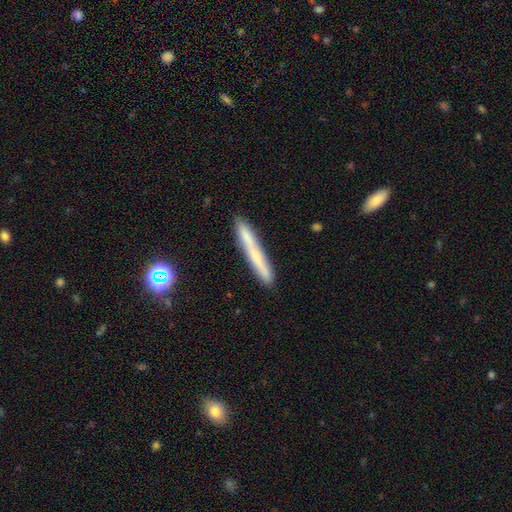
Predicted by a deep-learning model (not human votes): Q: Smooth or featured?
A: smooth (56%); runner-up: featured or disk (35%)
Q: How rounded?
A: cigar-shaped (96%); runner-up: in between (3%)
Q: Merging?
A: none (84%); runner-up: minor disturbance (11%)